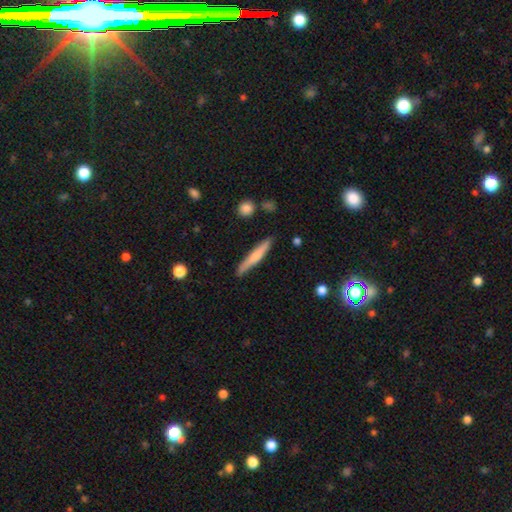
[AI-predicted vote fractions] Smooth or featured? smooth (61%)
How rounded? cigar-shaped (93%)
Merging? none (86%)